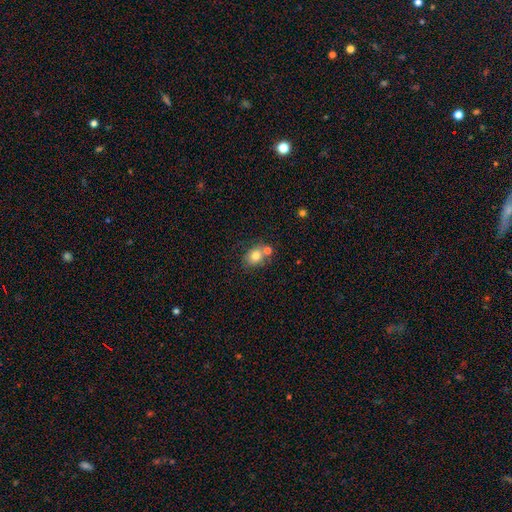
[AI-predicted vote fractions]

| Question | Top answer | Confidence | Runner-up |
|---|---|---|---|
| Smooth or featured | smooth | 77% | featured or disk (12%) |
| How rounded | round | 51% | in between (48%) |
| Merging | none | 57% | merger (27%) |